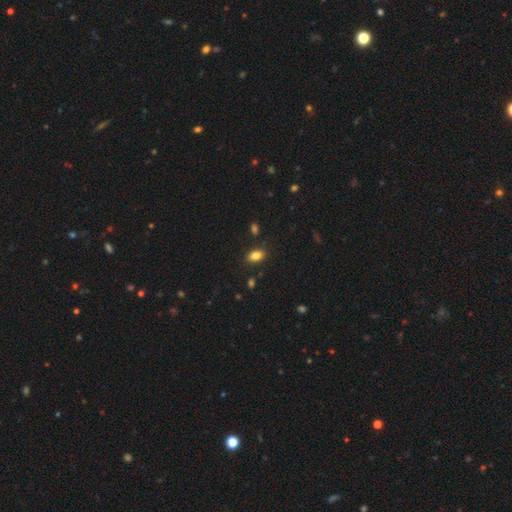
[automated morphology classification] Overall: smooth (83%). How rounded: in between (88%). Merging: none (85%).